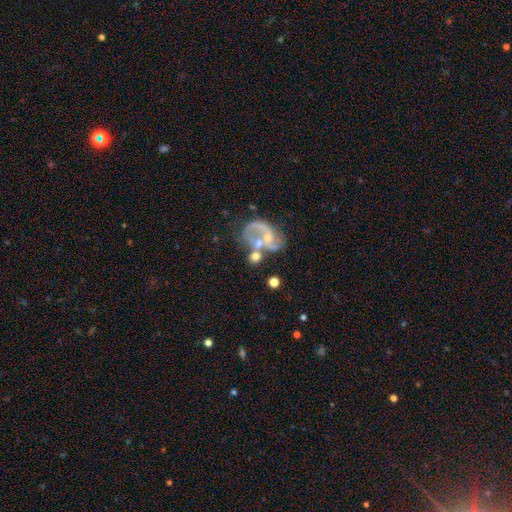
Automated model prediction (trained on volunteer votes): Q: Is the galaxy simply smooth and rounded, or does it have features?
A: featured or disk — 64%.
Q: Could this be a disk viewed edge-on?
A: no — 97%.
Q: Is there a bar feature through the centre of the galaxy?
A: no — 55%.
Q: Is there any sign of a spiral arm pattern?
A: yes — 75%.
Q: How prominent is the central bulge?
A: small — 48%.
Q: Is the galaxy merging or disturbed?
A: none — 35%, tied with merger.